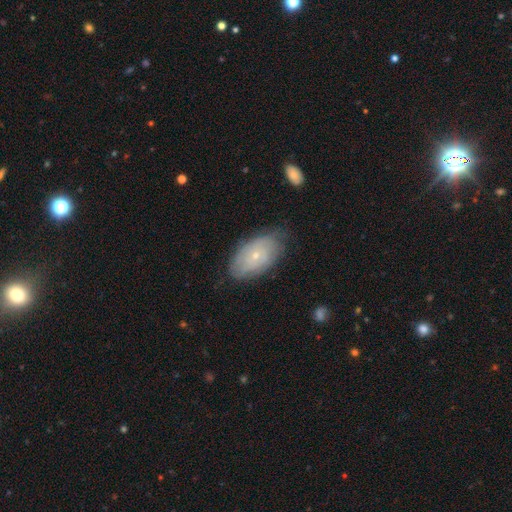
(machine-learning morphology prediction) Overall: smooth (48%; featured or disk 45%). Merging: none (73%).